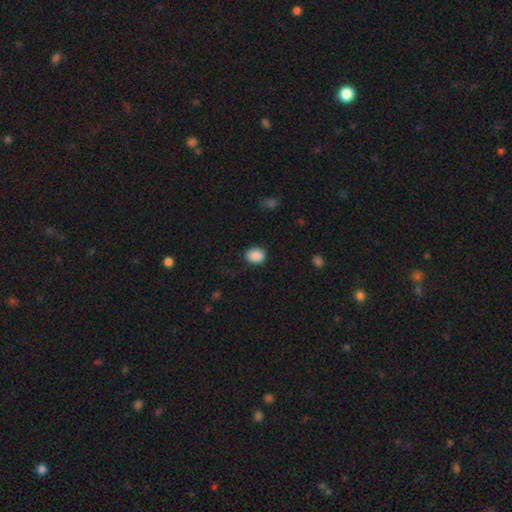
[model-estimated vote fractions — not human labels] Smooth or featured: smooth — 89% (star or artifact — 8%)
How rounded: in between — 55% (round — 44%)
Merging: none — 82% (minor disturbance — 13%)